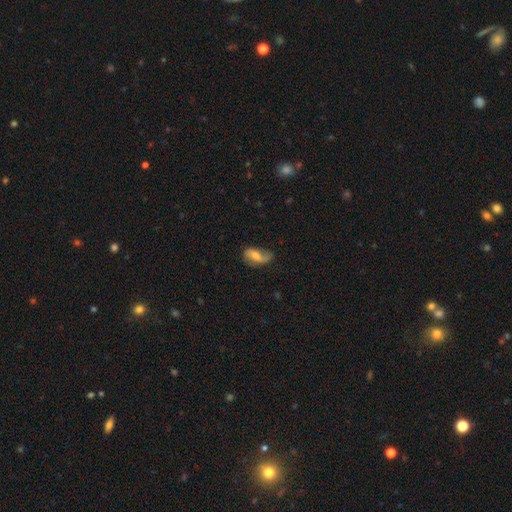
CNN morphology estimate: Smooth or featured: featured or disk — 47% (smooth — 45%)
Merging: none — 54% (minor disturbance — 29%)